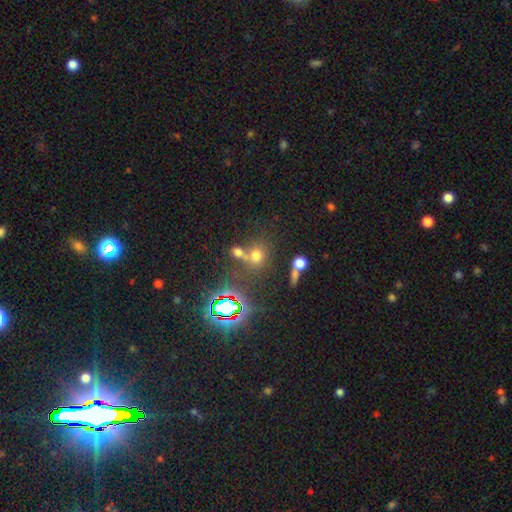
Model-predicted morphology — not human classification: A smooth galaxy with no disk features (60%) that is round (73%). Merging: none (50%).